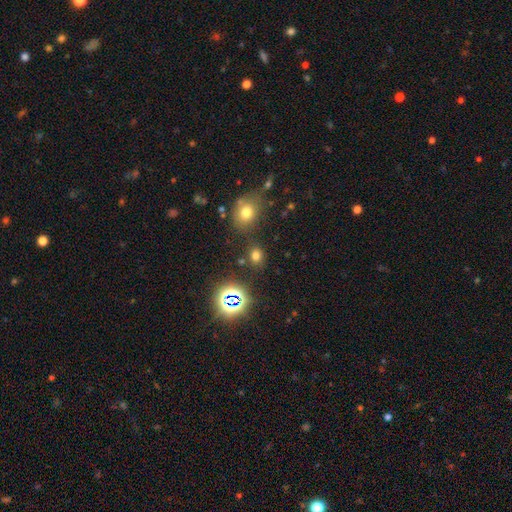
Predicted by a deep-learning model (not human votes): A smooth galaxy with no disk features (66%) that is round (58%).

Vote fractions:
- Smooth or featured? smooth: 66% / star or artifact: 28% / featured or disk: 6%
- How rounded? round: 58% / in between: 40% / cigar-shaped: 1%
- Merging? none: 80% / minor disturbance: 10% / merger: 6% / major disturbance: 4%